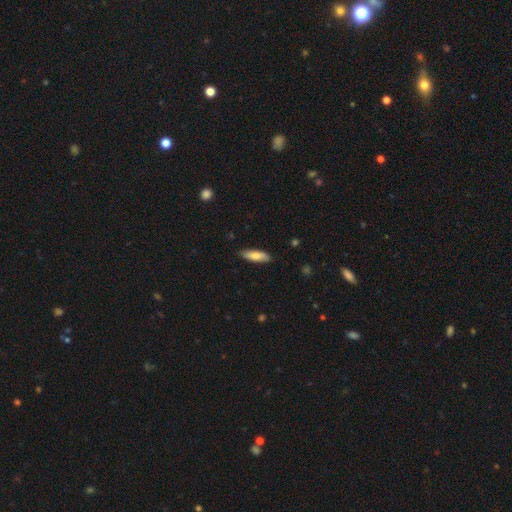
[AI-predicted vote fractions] smooth-or-featured: smooth: 78% | featured or disk: 16% | star or artifact: 6%
  how-rounded: in between: 50% | cigar-shaped: 49% | round: 2%
  merging: none: 85% | minor disturbance: 12% | major disturbance: 2% | merger: 1%